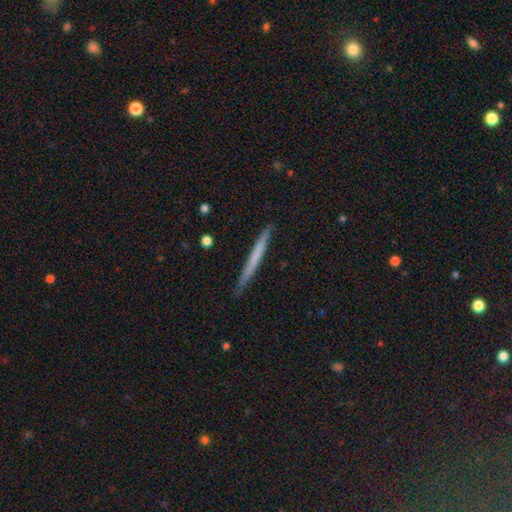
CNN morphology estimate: Smooth or featured?
  - smooth: 54% *
  - featured or disk: 41%
  - star or artifact: 5%
How rounded?
  - cigar-shaped: 97% *
  - in between: 2%
  - round: 1%
Merging?
  - none: 89% *
  - minor disturbance: 9%
  - major disturbance: 1%
  - merger: 1%